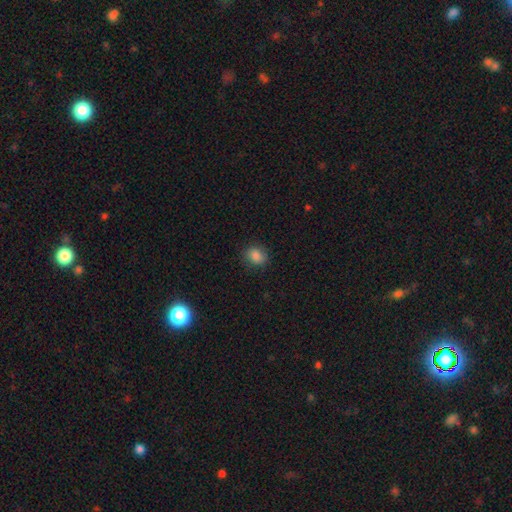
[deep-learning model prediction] Morphology: type=smooth (86%); roundness=round (51%); merging=none (85%).